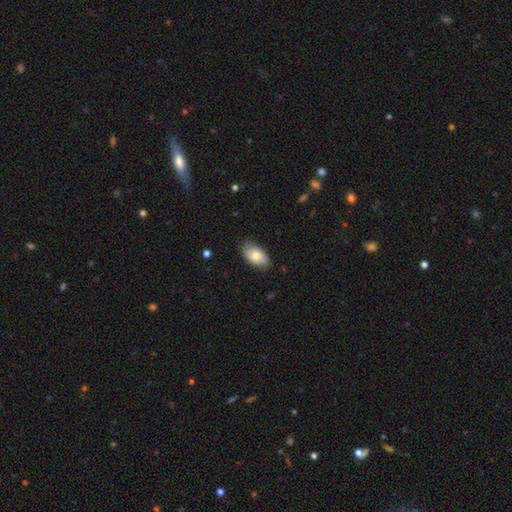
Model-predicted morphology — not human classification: This appears to be a smooth galaxy with no disk features (77%) that is in between round and cigar-shaped (94%). Merging: none (80%).